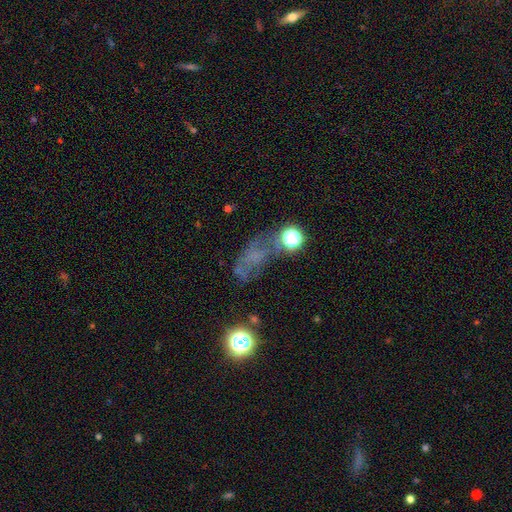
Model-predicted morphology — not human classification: Overall: smooth (35%; featured or disk 34%). Merging: none (43%; major disturbance 27%).